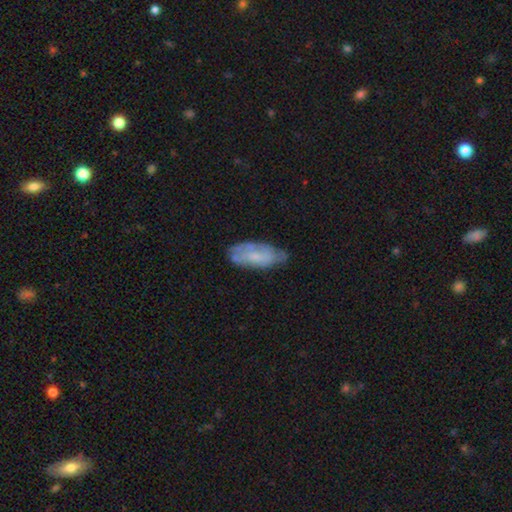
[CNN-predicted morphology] Smooth or featured: smooth — 50% (featured or disk — 42%)
How rounded: in between — 83% (cigar-shaped — 14%)
Merging: none — 56% (minor disturbance — 32%)